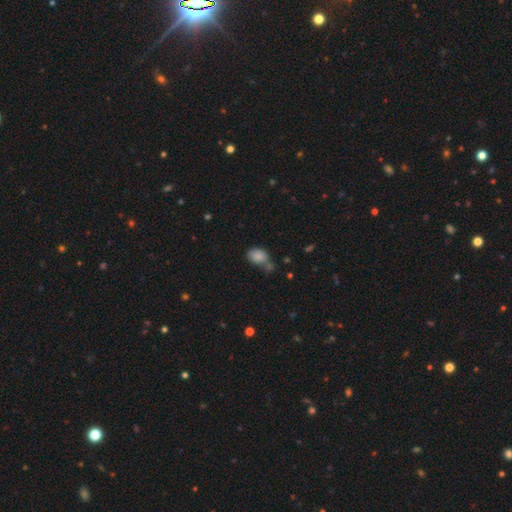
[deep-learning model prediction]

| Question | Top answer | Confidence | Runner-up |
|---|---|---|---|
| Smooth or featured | smooth | 81% | star or artifact (13%) |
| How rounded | in between | 71% | round (27%) |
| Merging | none | 49% | minor disturbance (21%) |